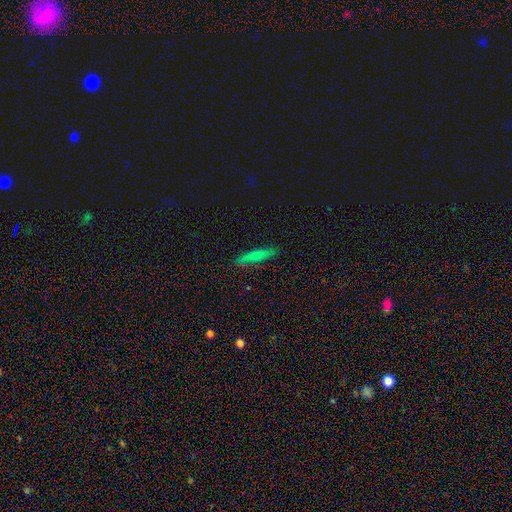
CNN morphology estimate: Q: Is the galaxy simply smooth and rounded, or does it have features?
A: smooth — 63%.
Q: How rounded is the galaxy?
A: cigar-shaped — 82%.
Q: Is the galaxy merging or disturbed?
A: none — 84%.